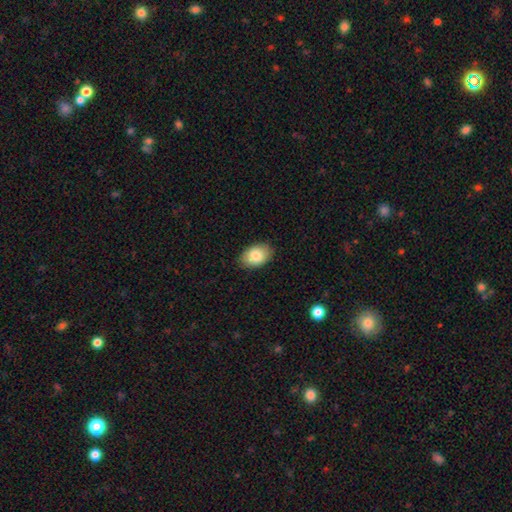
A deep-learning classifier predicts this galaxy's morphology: Q: Smooth or featured?
A: smooth (85%); runner-up: featured or disk (8%)
Q: How rounded?
A: in between (87%); runner-up: round (12%)
Q: Merging?
A: none (87%); runner-up: minor disturbance (11%)